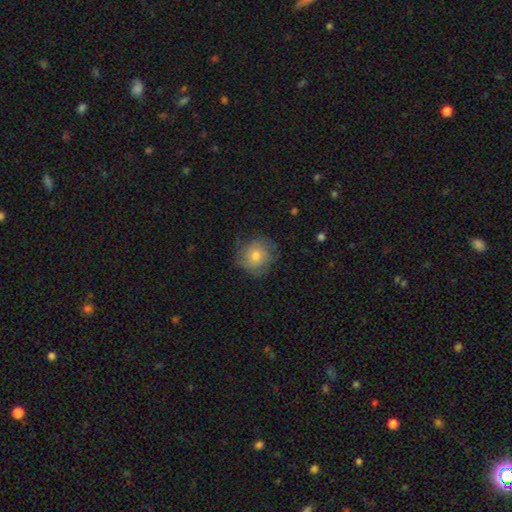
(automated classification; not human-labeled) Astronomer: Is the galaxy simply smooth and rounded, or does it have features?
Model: smooth — 62%.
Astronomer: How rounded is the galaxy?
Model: round — 88%.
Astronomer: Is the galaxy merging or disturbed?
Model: none — 72%.